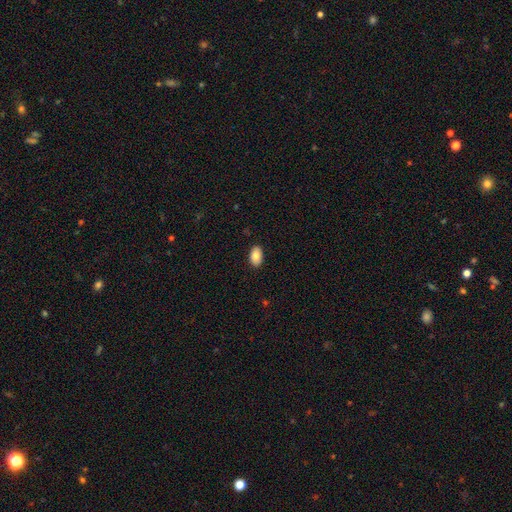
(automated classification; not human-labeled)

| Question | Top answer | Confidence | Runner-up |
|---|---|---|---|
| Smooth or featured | smooth | 83% | featured or disk (10%) |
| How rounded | in between | 93% | round (6%) |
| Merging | none | 88% | minor disturbance (9%) |